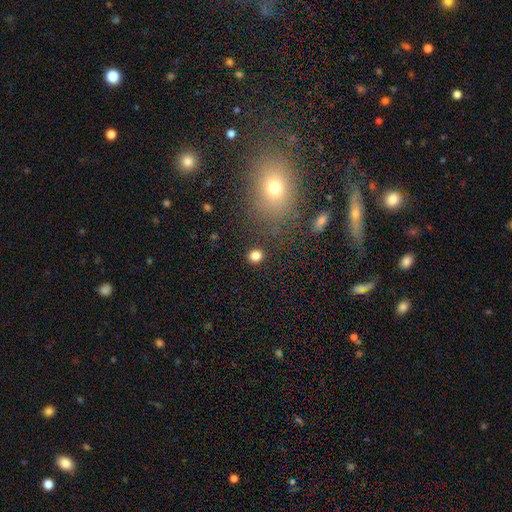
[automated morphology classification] A smooth galaxy with no disk features (82%) that is round (79%).

Vote fractions:
- Smooth or featured? smooth: 82% / star or artifact: 13% / featured or disk: 5%
- How rounded? round: 79% / in between: 20% / cigar-shaped: 1%
- Merging? none: 88% / minor disturbance: 6% / major disturbance: 3% / merger: 3%